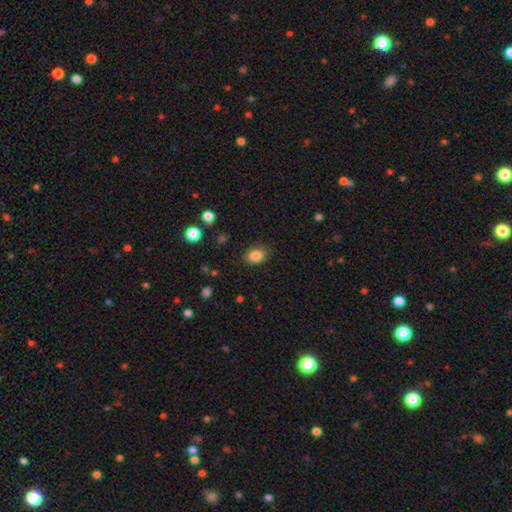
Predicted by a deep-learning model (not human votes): A smooth galaxy with no disk features (85%) that is in between round and cigar-shaped (72%). Merging: none (84%).